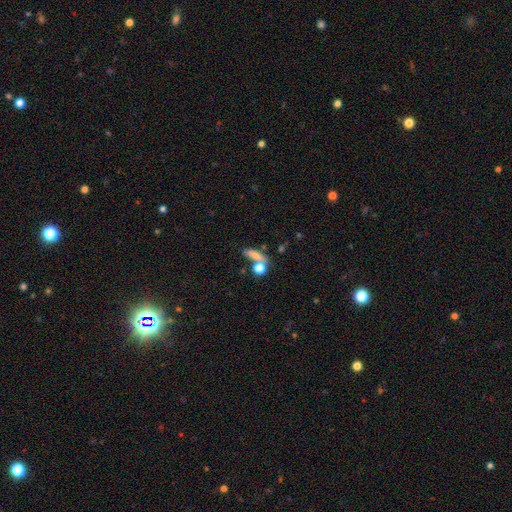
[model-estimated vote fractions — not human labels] This is likely a smooth galaxy (69%). How rounded: marginally cigar-shaped (43%). Merging: possibly none (50%).